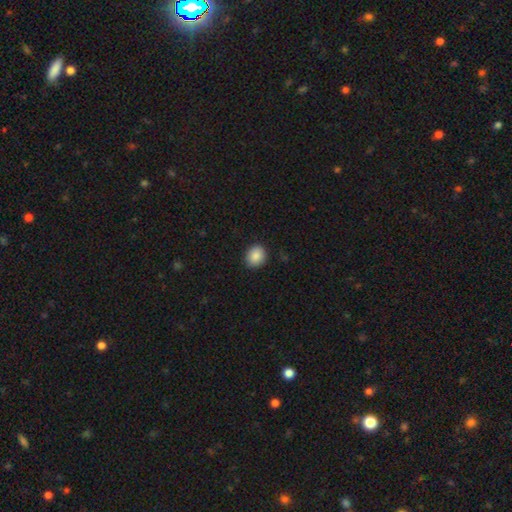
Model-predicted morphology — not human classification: Smooth or featured? smooth (88%)
How rounded? round (69%)
Merging? none (89%)